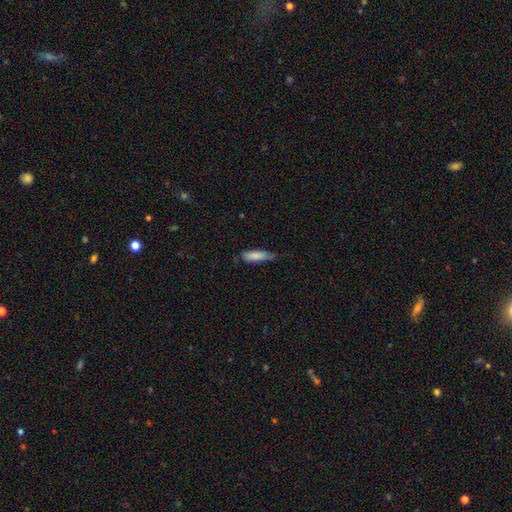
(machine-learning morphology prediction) smooth 83%, featured or disk 11%, star or artifact 6%. Down the decision tree: how rounded — cigar-shaped (60%); merging — none (61%).